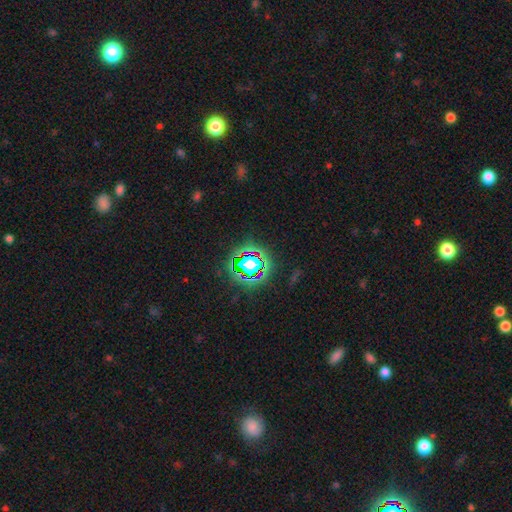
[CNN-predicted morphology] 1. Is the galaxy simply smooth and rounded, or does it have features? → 77% star or artifact, 14% smooth, 8% featured or disk.